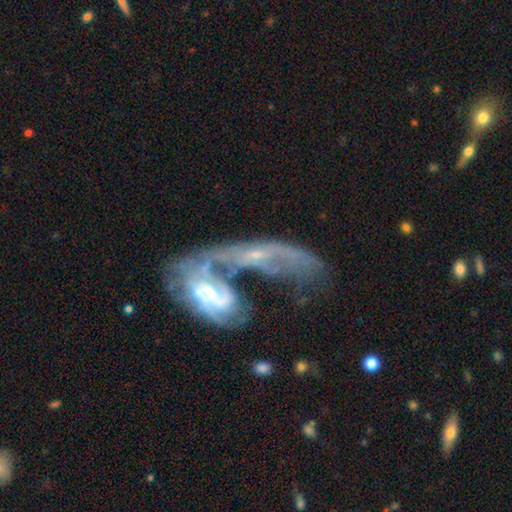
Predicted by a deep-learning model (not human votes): Overall: featured or disk (70%). Edge-on disk: no (88%). Bar: no (58%; weak 30%). Spiral arms: yes (66%; no 34%). Bulge size: small (59%; moderate 24%). Merging: merger (67%).